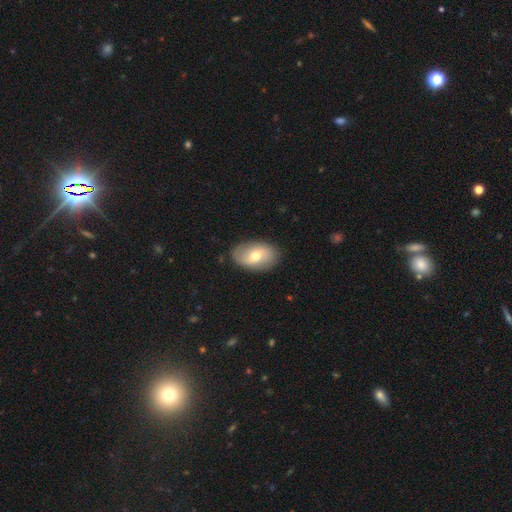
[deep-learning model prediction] This appears to be a smooth galaxy with no disk features (56%) that is in between round and cigar-shaped (89%). Merging: none (85%).